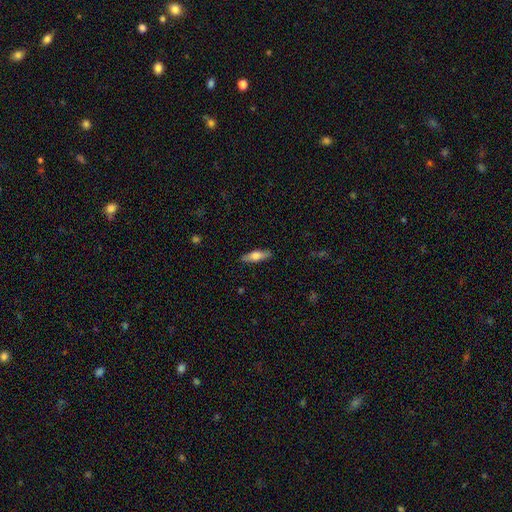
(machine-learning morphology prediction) Smooth or featured? Predicted: smooth (p=0.62). How rounded? Predicted: cigar-shaped (p=0.53). Merging? Predicted: none (p=0.88).